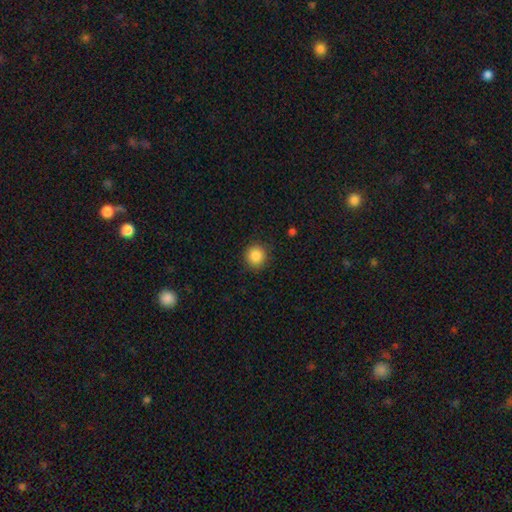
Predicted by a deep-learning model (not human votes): smooth 87%, star or artifact 9%, featured or disk 4%. Down the decision tree: how rounded — round (93%); merging — none (90%).